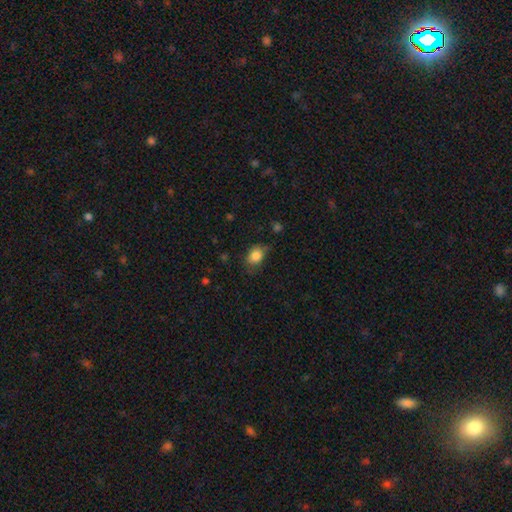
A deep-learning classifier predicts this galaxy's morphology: A smooth galaxy with no disk features (84%) that is in between round and cigar-shaped (63%).

Vote fractions:
- Smooth or featured? smooth: 84% / star or artifact: 9% / featured or disk: 7%
- How rounded? in between: 63% / round: 36% / cigar-shaped: 1%
- Merging? none: 62% / minor disturbance: 29% / major disturbance: 8% / merger: 2%